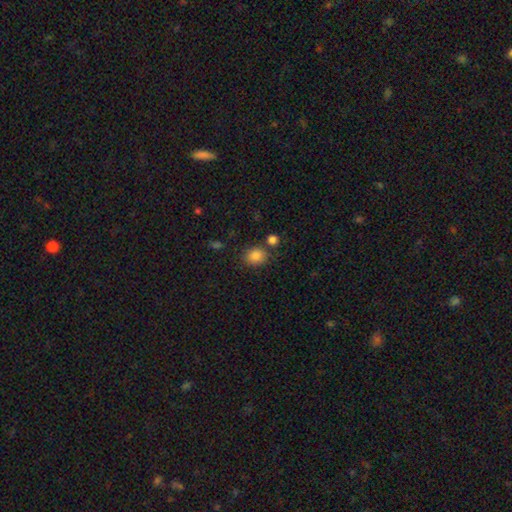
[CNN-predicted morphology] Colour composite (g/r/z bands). It shows a smooth galaxy with no disk features (85%) that is round (57%). Merging: none (74%).